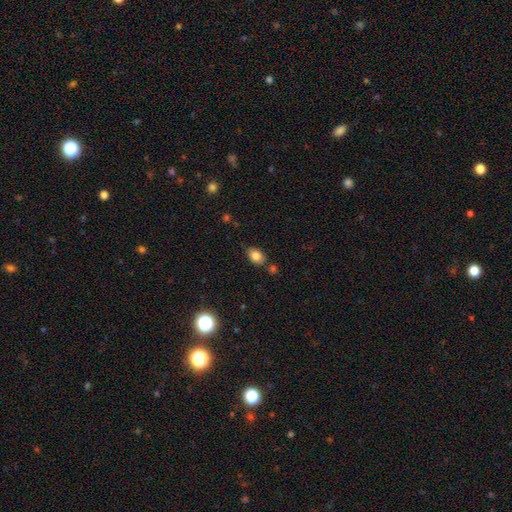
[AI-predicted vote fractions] smooth_or_featured: smooth (p=0.81) [alt: star or artifact p=0.10]
how_rounded: in between (p=0.82) [alt: round p=0.17]
merging: none (p=0.75) [alt: minor disturbance p=0.15]